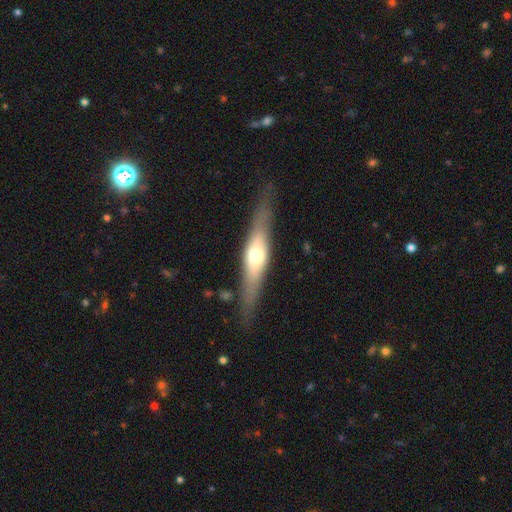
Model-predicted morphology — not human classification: The model was most divided on "smooth or featured": featured or disk: 56%, smooth: 38%, star or artifact: 6%. More confident: edge-on disk — yes (88%); merging — none (79%).